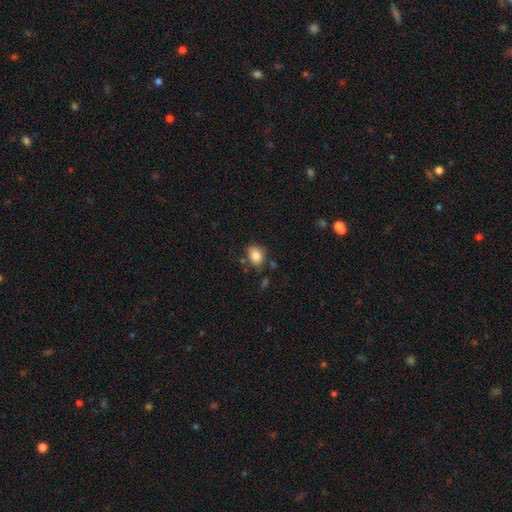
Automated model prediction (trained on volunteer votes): The model was most divided on "how rounded": in between: 70%, round: 29%, cigar-shaped: 1%. More confident: smooth or featured — smooth (85%); merging — none (73%).